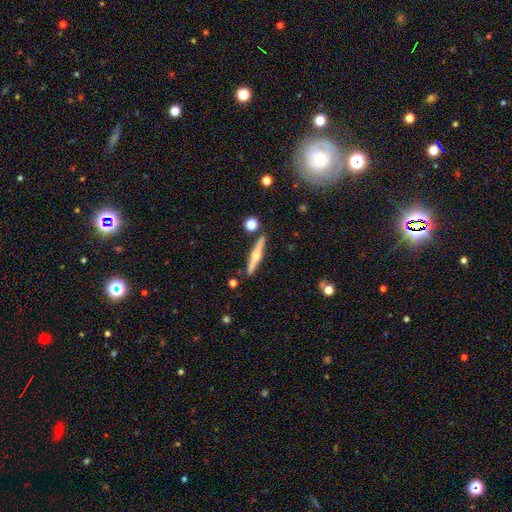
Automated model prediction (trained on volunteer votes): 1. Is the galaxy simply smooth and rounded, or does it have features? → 69% featured or disk, 25% smooth, 6% star or artifact.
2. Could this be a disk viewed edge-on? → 97% yes, 3% no.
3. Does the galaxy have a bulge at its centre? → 93% rounded, 4% none, 3% boxy.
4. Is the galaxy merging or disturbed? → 88% none, 7% minor disturbance, 3% merger, 2% major disturbance.